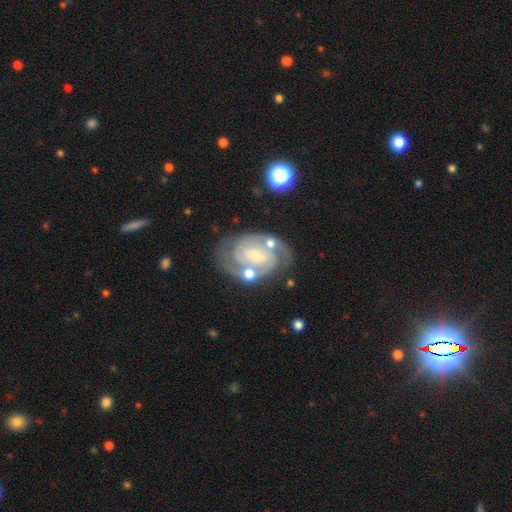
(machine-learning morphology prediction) Smooth or featured?
  - featured or disk: 88% *
  - smooth: 6%
  - star or artifact: 5%
Edge-on disk?
  - no: 97% *
  - yes: 3%
Bar?
  - no: 50% *
  - weak: 35%
  - strong: 15%
Spiral arms?
  - yes: 97% *
  - no: 3%
Spiral winding?
  - tight: 64% *
  - medium: 31%
  - loose: 5%
Spiral arm count?
  - 2: 77% *
  - 3: 9%
  - can't tell: 7%
  - 4: 2%
  - 1: 2%
  - more than 4: 2%
Bulge size?
  - small: 74% *
  - moderate: 21%
  - none: 3%
  - large: 2%
  - dominant: 1%
Merging?
  - none: 69% *
  - minor disturbance: 15%
  - merger: 10%
  - major disturbance: 6%